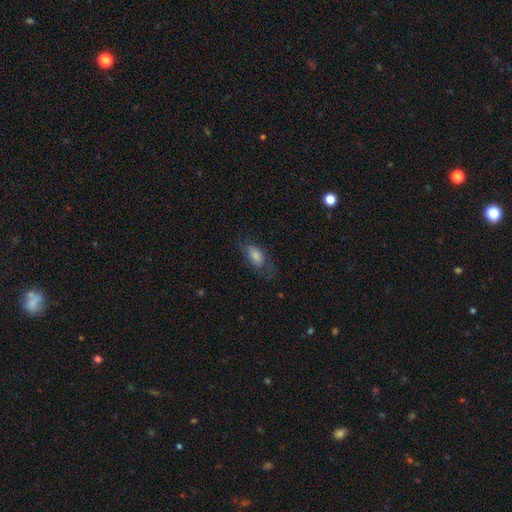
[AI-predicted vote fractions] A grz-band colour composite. It shows a smooth galaxy with no disk features (76%) that is in between round and cigar-shaped (87%). Merging: none (53%).